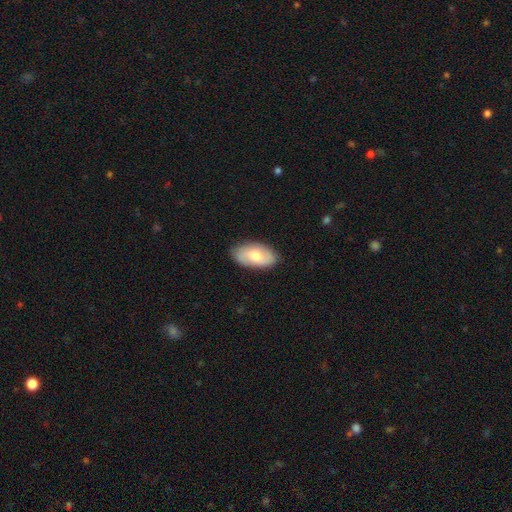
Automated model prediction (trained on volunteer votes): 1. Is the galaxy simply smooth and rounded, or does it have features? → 63% smooth, 31% featured or disk, 6% star or artifact.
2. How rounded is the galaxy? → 94% in between, 4% round, 2% cigar-shaped.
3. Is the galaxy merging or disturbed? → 84% none, 13% minor disturbance, 2% major disturbance, 1% merger.